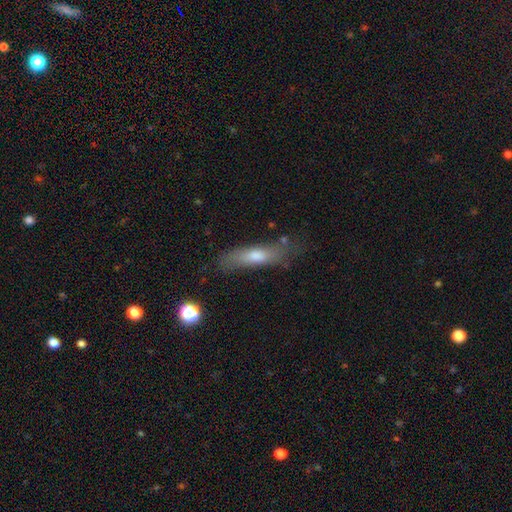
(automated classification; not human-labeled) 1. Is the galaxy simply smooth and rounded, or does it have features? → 63% smooth, 29% featured or disk, 8% star or artifact.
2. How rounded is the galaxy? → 69% cigar-shaped, 28% in between, 2% round.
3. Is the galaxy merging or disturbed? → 65% none, 22% minor disturbance, 9% major disturbance, 3% merger.